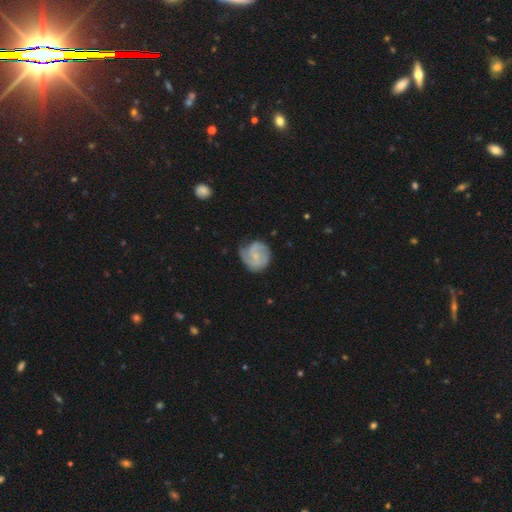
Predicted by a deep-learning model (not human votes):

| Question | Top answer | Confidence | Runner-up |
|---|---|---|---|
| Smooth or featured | featured or disk | 70% | smooth (24%) |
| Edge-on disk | no | 98% | yes (2%) |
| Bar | no | 67% | weak (29%) |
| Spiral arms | yes | 93% | no (7%) |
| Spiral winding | tight | 47% | medium (39%) |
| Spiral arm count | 2 | 53% | 3 (17%) |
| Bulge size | small | 73% | moderate (17%) |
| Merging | none | 63% | minor disturbance (26%) |